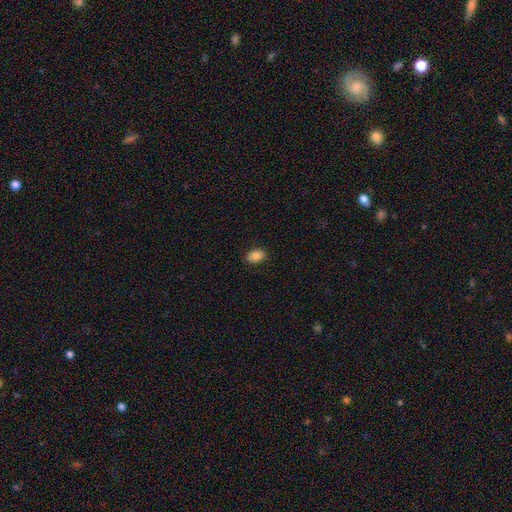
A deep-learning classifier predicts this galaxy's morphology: Overall: smooth (85%). How rounded: in between (83%). Merging: none (88%).